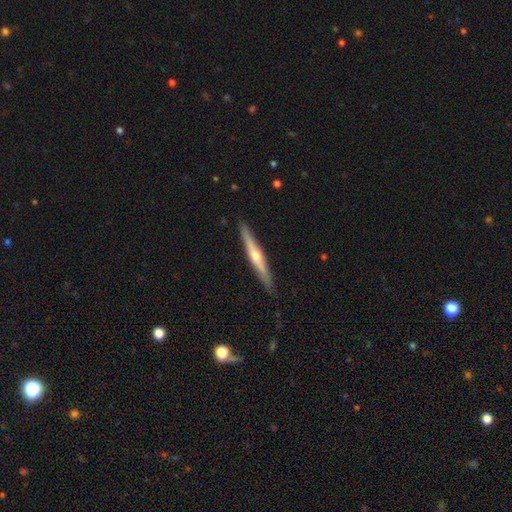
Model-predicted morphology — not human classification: Q: Smooth or featured?
A: featured or disk (66%); runner-up: smooth (28%)
Q: Edge-on disk?
A: yes (96%); runner-up: no (4%)
Q: Edge-on bulge?
A: rounded (84%); runner-up: none (13%)
Q: Merging?
A: none (90%); runner-up: minor disturbance (8%)